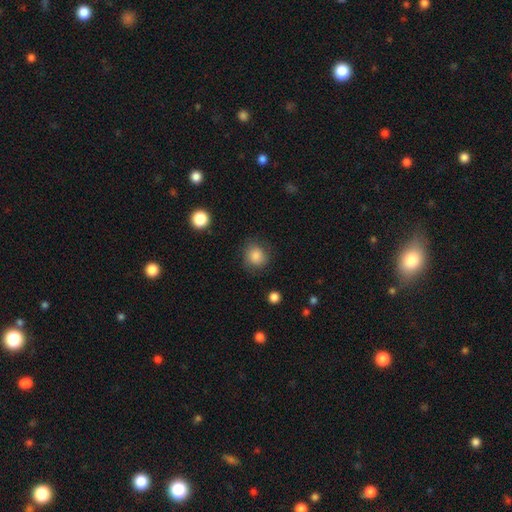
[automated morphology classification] A smooth galaxy with no disk features (82%) that is round (81%). Merging: none (76%).